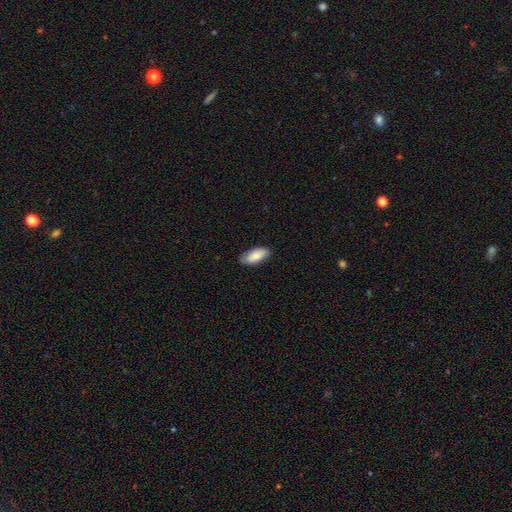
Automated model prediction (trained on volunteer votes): The model was most divided on "merging": none: 82%, minor disturbance: 14%, major disturbance: 2%, merger: 1%. More confident: how rounded — in between (86%); smooth or featured — smooth (82%).